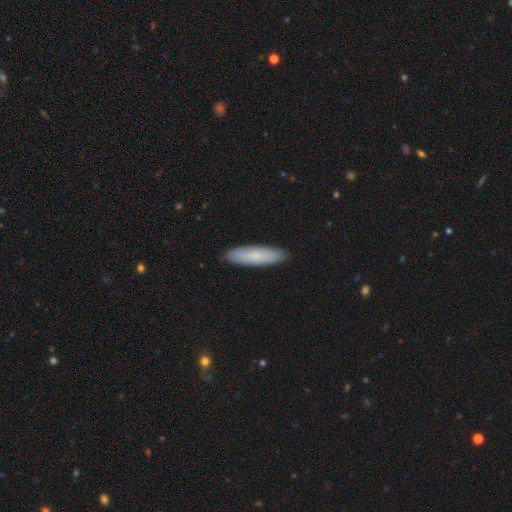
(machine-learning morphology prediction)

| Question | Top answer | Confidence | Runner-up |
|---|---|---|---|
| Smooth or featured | smooth | 78% | featured or disk (16%) |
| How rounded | cigar-shaped | 65% | in between (33%) |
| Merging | none | 90% | minor disturbance (7%) |